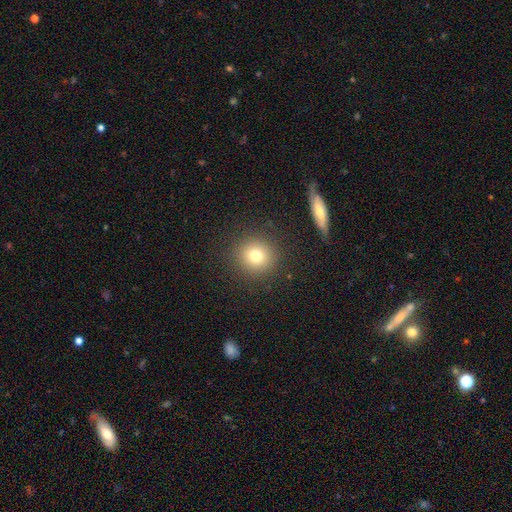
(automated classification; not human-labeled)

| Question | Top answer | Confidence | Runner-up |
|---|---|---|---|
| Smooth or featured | smooth | 76% | star or artifact (14%) |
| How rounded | round | 93% | in between (6%) |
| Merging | none | 89% | minor disturbance (6%) |